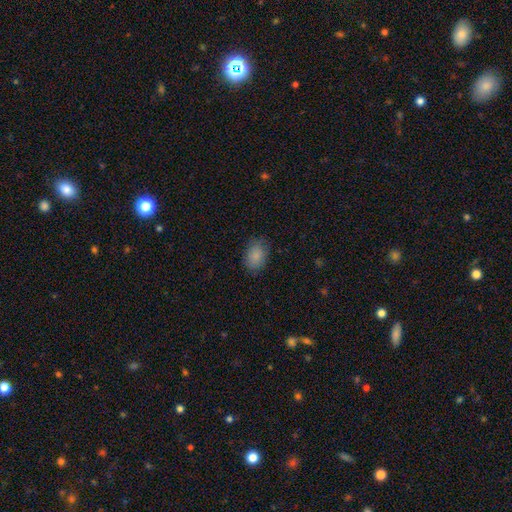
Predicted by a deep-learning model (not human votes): A smooth galaxy with no disk features (88%) that is in between round and cigar-shaped (82%).

Vote fractions:
- Smooth or featured? smooth: 88% / star or artifact: 8% / featured or disk: 5%
- How rounded? in between: 82% / round: 17% / cigar-shaped: 1%
- Merging? none: 82% / minor disturbance: 13% / major disturbance: 3% / merger: 1%